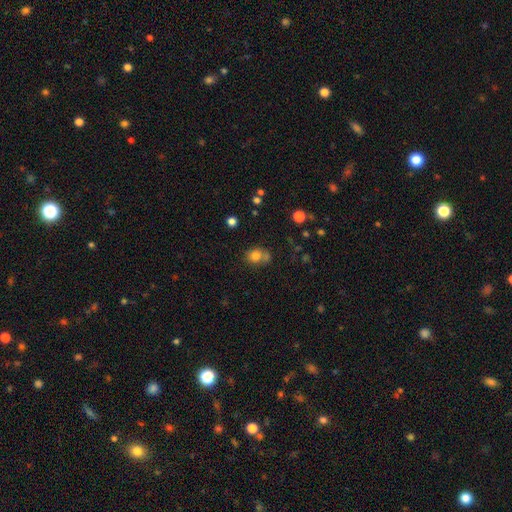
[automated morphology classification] Smooth or featured: smooth — 79% (star or artifact — 12%)
How rounded: round — 72% (in between — 27%)
Merging: none — 52% (merger — 26%)